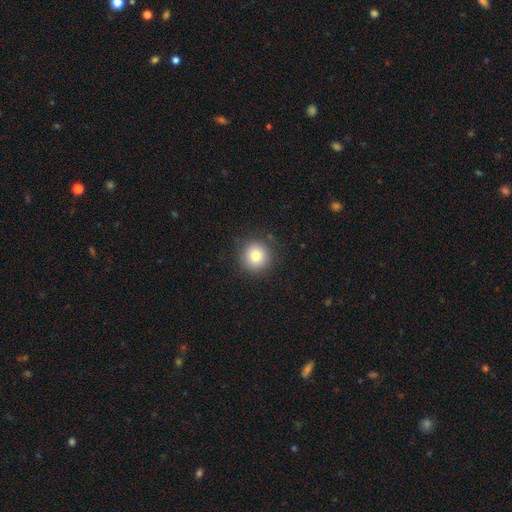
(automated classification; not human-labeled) smooth 79%, star or artifact 11%, featured or disk 10%. Down the decision tree: how rounded — round (95%); merging — none (89%).